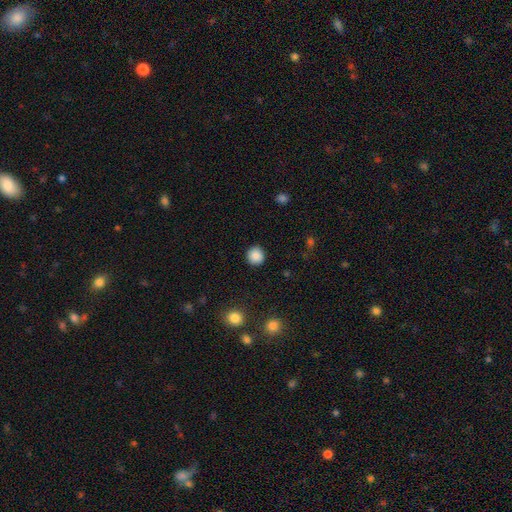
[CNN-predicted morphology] The model was most divided on "smooth or featured": smooth: 88%, star or artifact: 9%, featured or disk: 3%. More confident: how rounded — round (90%); merging — none (90%).